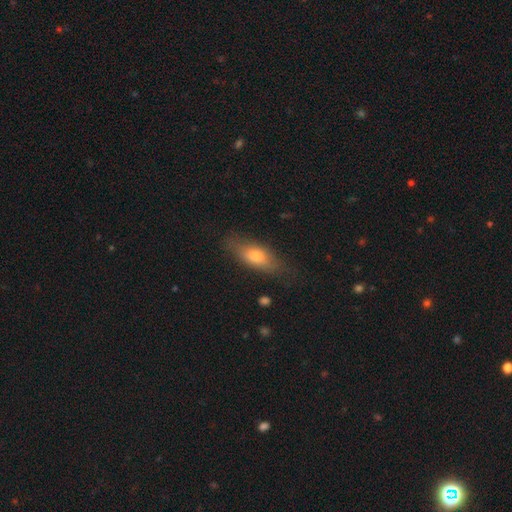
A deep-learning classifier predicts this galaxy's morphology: smooth_or_featured: smooth (p=0.70) [alt: featured or disk p=0.22]
how_rounded: in between (p=0.72) [alt: cigar-shaped p=0.23]
merging: none (p=0.75) [alt: minor disturbance p=0.18]